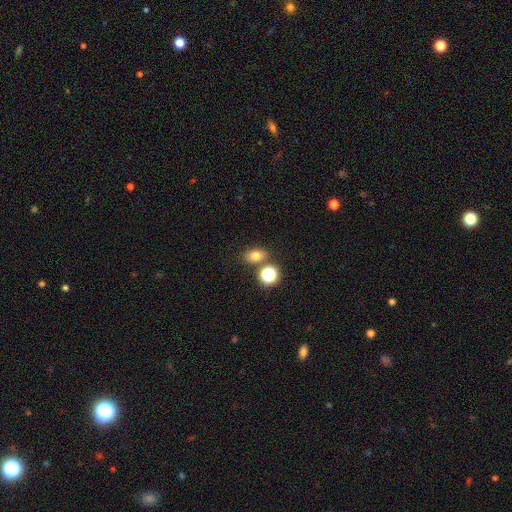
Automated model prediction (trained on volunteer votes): The model was most divided on "how rounded": in between: 62%, round: 36%, cigar-shaped: 1%. More confident: smooth or featured — smooth (75%); merging — none (72%).